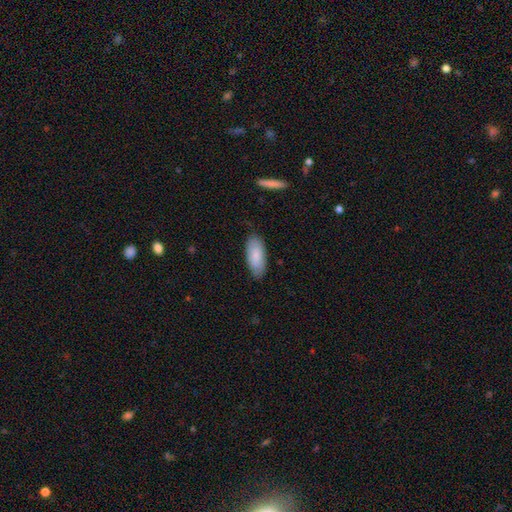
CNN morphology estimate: A smooth galaxy with no disk features (82%) that is in between round and cigar-shaped (87%). Merging: none (83%).